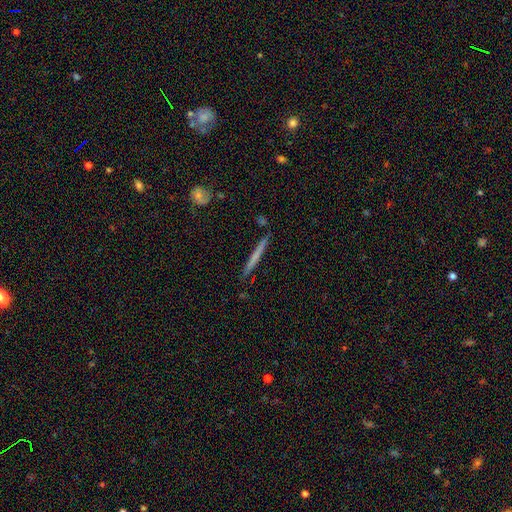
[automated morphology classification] This appears to be a smooth galaxy with no disk features (55%) that is cigar-shaped (97%). Merging: none (90%).